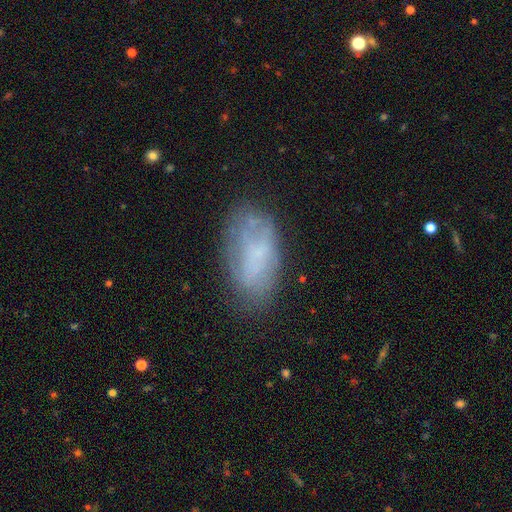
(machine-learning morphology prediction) Q: Smooth or featured?
A: smooth (52%); runner-up: featured or disk (38%)
Q: How rounded?
A: in between (93%); runner-up: round (4%)
Q: Merging?
A: none (63%); runner-up: minor disturbance (24%)